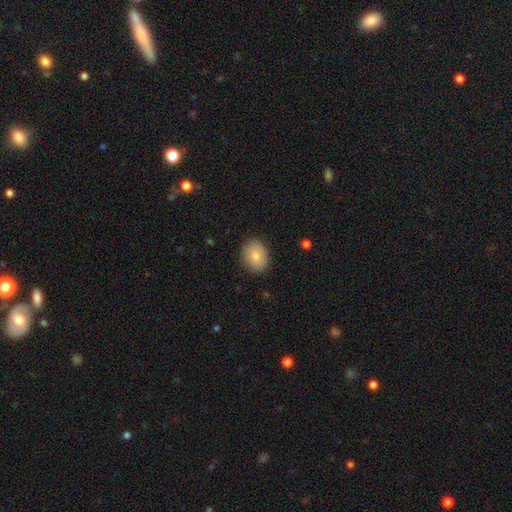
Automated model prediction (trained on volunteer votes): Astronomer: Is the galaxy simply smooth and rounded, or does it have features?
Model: smooth — 82%.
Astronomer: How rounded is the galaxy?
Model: round — 52% (runner-up: in between, 47%).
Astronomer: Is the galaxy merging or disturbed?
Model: none — 86%.